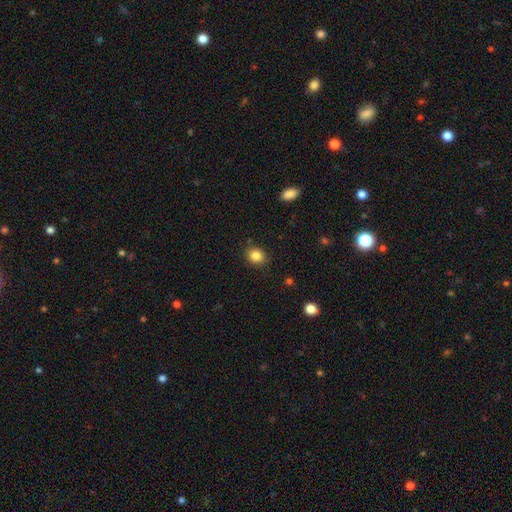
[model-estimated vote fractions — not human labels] This appears to be a smooth galaxy with no disk features (85%) that is round (70%). Merging: none (88%).